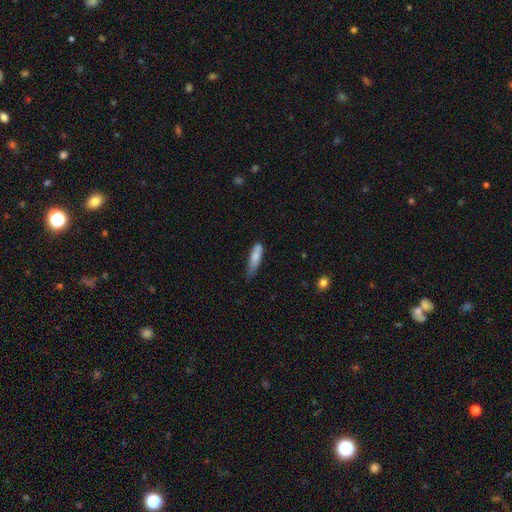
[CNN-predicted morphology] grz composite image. It shows a smooth galaxy with no disk features (78%) that is cigar-shaped (64%). Merging: minor disturbance (42%).